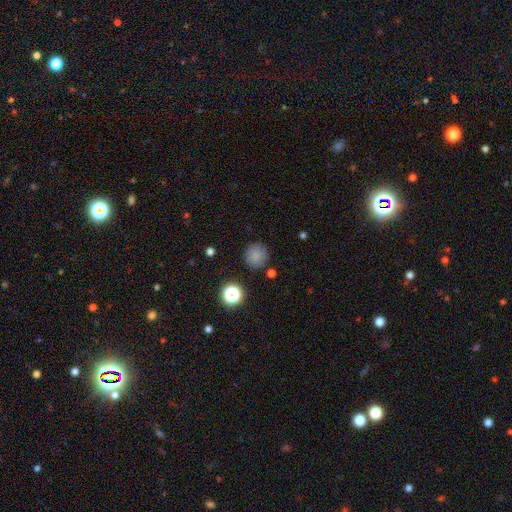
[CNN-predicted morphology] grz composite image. It shows a smooth galaxy with no disk features (79%) that is round (94%). Merging: none (84%).